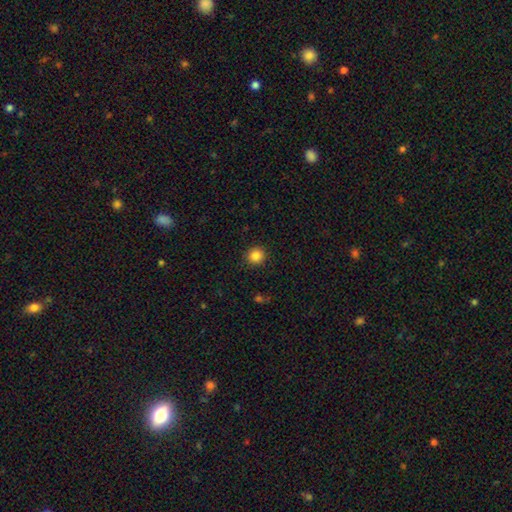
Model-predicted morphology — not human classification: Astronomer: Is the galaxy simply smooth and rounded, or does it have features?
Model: smooth — 85%.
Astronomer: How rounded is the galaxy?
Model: round — 93%.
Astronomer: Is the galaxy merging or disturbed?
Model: none — 91%.